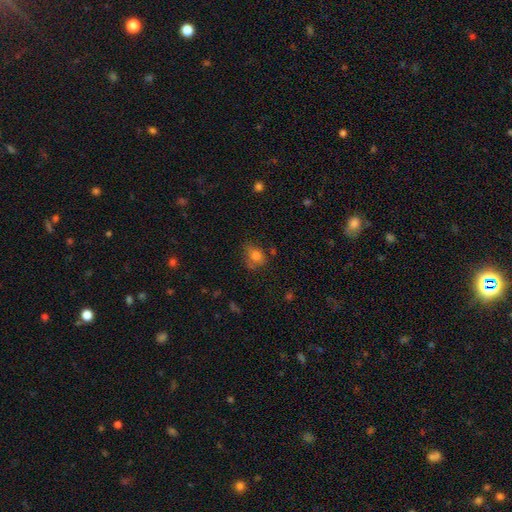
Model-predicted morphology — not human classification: This is likely a smooth galaxy (78%). How rounded: possibly in between (52%). Merging: possibly none (53%).